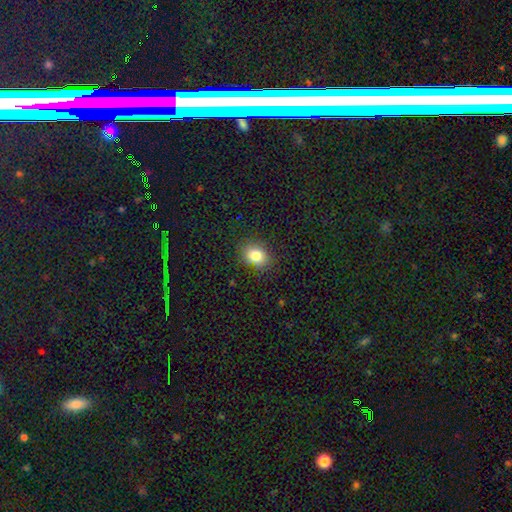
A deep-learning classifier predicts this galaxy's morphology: Smooth or featured?
  - smooth: 83% *
  - star or artifact: 11%
  - featured or disk: 7%
How rounded?
  - in between: 55% *
  - round: 43%
  - cigar-shaped: 1%
Merging?
  - none: 85% *
  - minor disturbance: 11%
  - major disturbance: 3%
  - merger: 1%